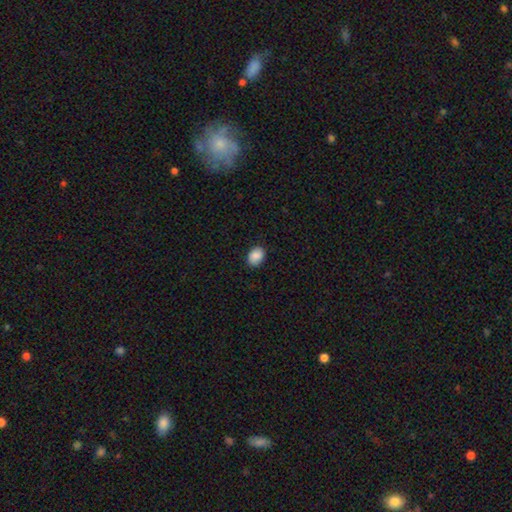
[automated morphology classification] Smooth or featured? smooth (88%)
How rounded? in between (68%)
Merging? none (86%)